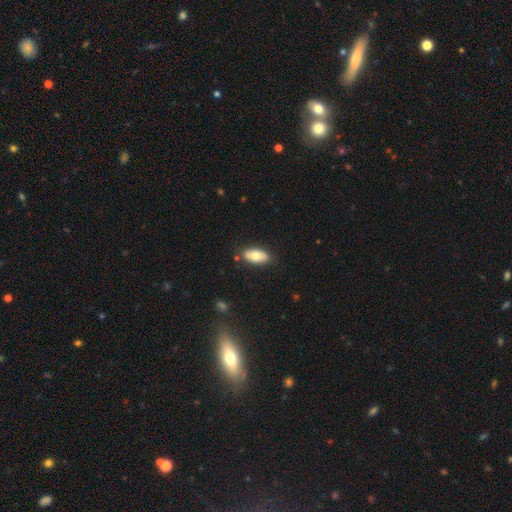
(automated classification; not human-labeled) Smooth or featured?
  - smooth: 72% *
  - featured or disk: 22%
  - star or artifact: 6%
How rounded?
  - in between: 91% *
  - cigar-shaped: 6%
  - round: 3%
Merging?
  - none: 83% *
  - minor disturbance: 12%
  - major disturbance: 3%
  - merger: 2%